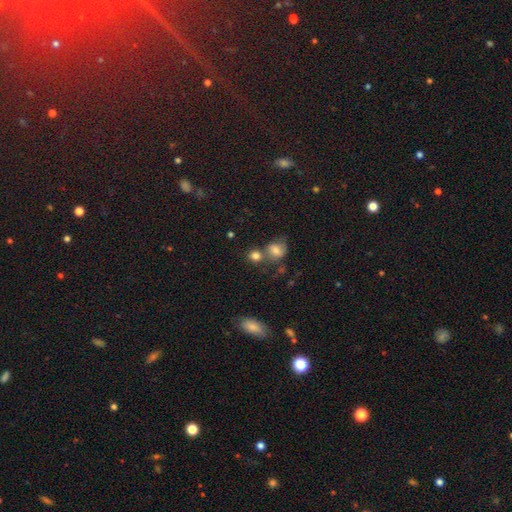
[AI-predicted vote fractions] Smooth or featured?
  - smooth: 80% *
  - star or artifact: 12%
  - featured or disk: 9%
How rounded?
  - round: 75% *
  - in between: 24%
  - cigar-shaped: 1%
Merging?
  - none: 51% *
  - merger: 34%
  - minor disturbance: 10%
  - major disturbance: 4%